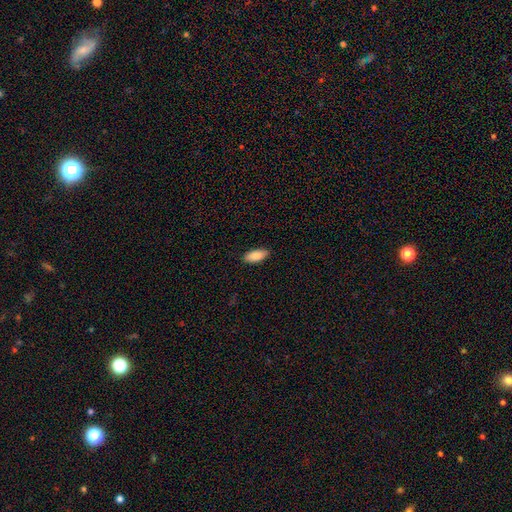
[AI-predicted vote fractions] This is clearly a smooth galaxy (87%). How rounded: clearly in between (86%). Merging: clearly none (89%).